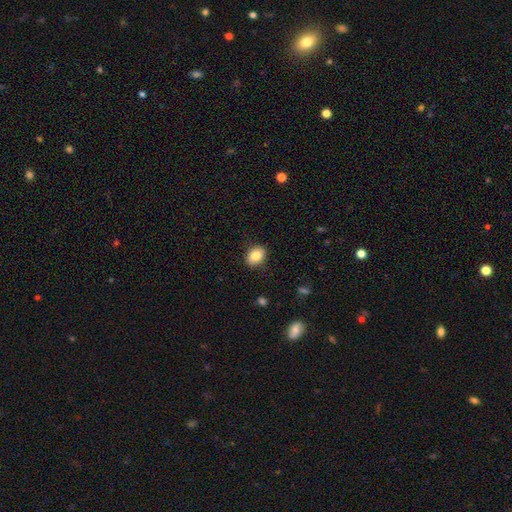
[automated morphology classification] Overall: smooth (83%). How rounded: in between (72%). Merging: none (87%).